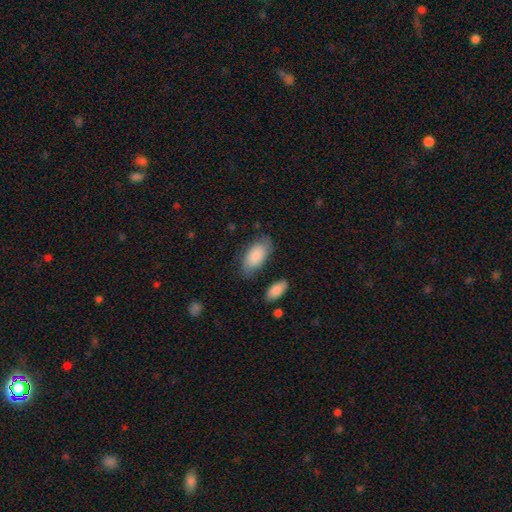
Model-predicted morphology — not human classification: Smooth or featured? Predicted: smooth (p=0.76). How rounded? Predicted: in between (p=0.94). Merging? Predicted: none (p=0.70).